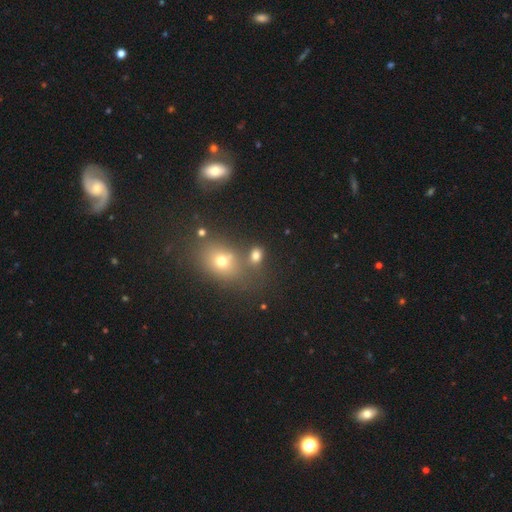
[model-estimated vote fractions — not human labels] smooth_or_featured: smooth (p=0.72) [alt: star or artifact p=0.17]
how_rounded: in between (p=0.65) [alt: round p=0.33]
merging: none (p=0.62) [alt: merger p=0.20]